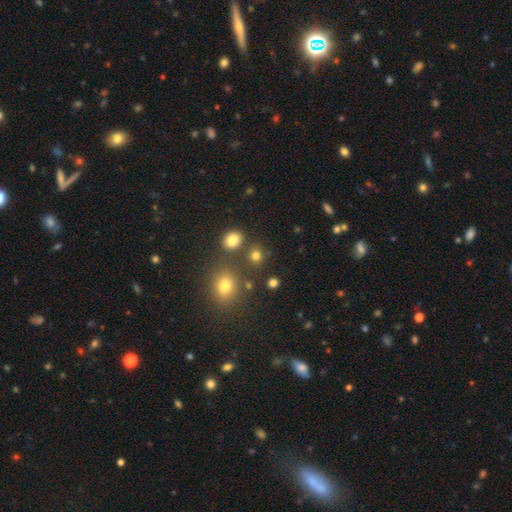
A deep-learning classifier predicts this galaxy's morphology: Q: Smooth or featured?
A: smooth (78%); runner-up: star or artifact (16%)
Q: How rounded?
A: round (77%); runner-up: in between (22%)
Q: Merging?
A: none (77%); runner-up: merger (11%)